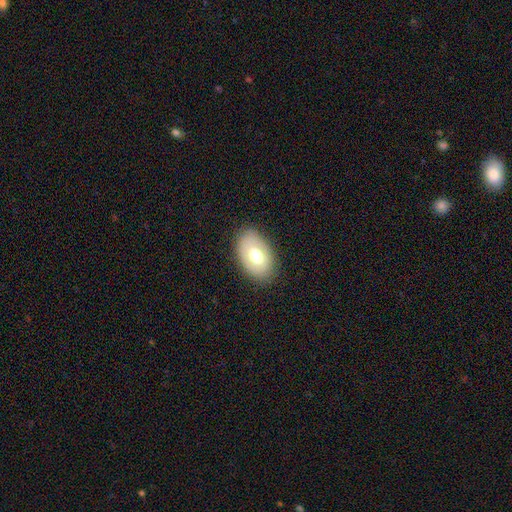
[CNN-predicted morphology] smooth-or-featured: smooth: 63% | featured or disk: 29% | star or artifact: 8%
  how-rounded: in between: 89% | round: 10% | cigar-shaped: 1%
  merging: none: 83% | minor disturbance: 12% | major disturbance: 4% | merger: 1%